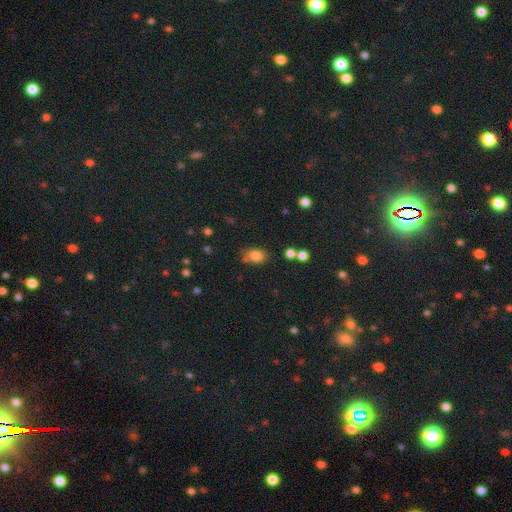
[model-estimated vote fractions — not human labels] Q: Smooth or featured?
A: smooth (79%); runner-up: star or artifact (12%)
Q: How rounded?
A: in between (68%); runner-up: round (31%)
Q: Merging?
A: none (67%); runner-up: minor disturbance (18%)